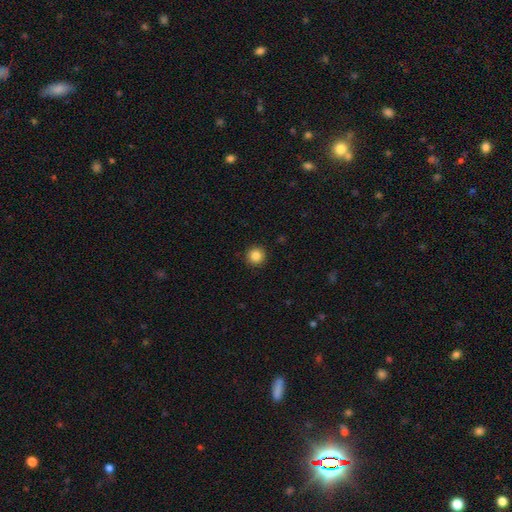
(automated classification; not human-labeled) Smooth or featured? Predicted: smooth (p=0.85). How rounded? Predicted: round (p=0.95). Merging? Predicted: none (p=0.92).